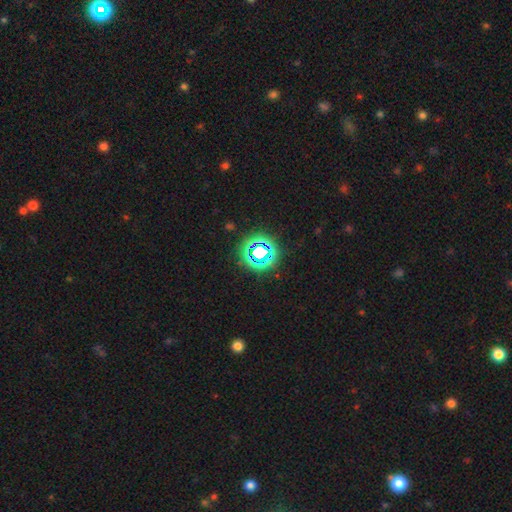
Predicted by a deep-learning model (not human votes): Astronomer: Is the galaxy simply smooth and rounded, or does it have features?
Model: star or artifact — 69%.